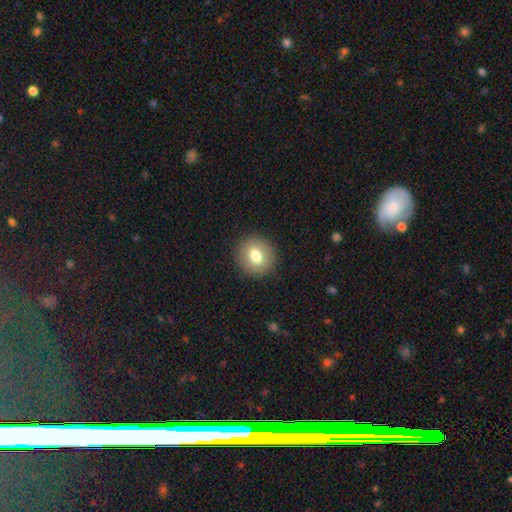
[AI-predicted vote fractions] Overall: smooth (76%). How rounded: round (82%). Merging: none (90%).